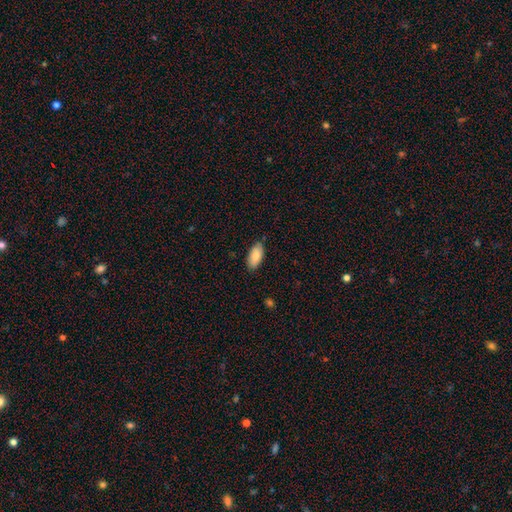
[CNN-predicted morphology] This appears to be a smooth galaxy with no disk features (84%) that is in between round and cigar-shaped (91%). Merging: none (83%).